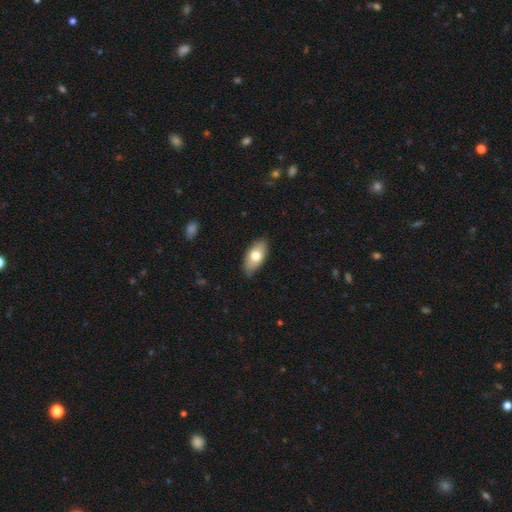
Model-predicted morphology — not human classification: The model was most divided on "smooth or featured": smooth: 72%, featured or disk: 22%, star or artifact: 6%. More confident: how rounded — in between (91%); merging — none (83%).